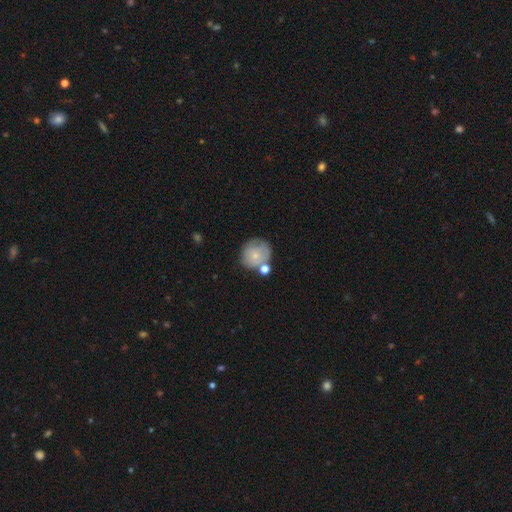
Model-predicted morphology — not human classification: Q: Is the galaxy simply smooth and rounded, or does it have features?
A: smooth — 63%.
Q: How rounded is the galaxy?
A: round — 86%.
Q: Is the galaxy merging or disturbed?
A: none — 55%.